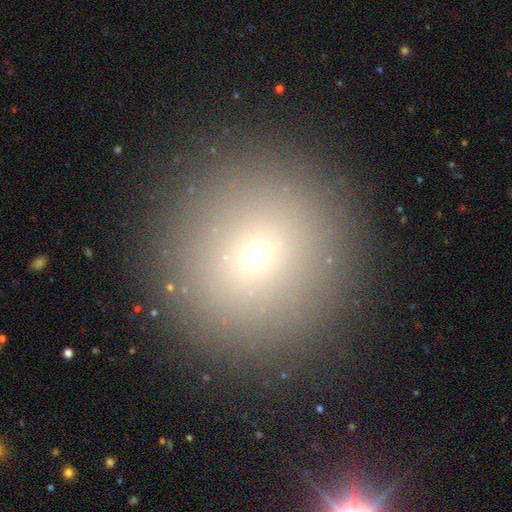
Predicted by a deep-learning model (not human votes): smooth 69%, star or artifact 19%, featured or disk 12%. Down the decision tree: how rounded — round (94%); merging — none (90%).